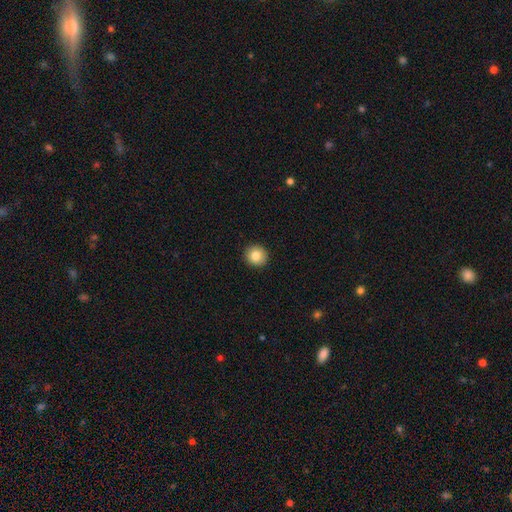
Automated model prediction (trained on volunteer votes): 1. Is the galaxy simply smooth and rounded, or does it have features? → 84% smooth, 9% star or artifact, 7% featured or disk.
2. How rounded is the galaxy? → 93% round, 6% in between, 1% cigar-shaped.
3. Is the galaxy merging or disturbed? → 93% none, 5% minor disturbance, 1% major disturbance, 1% merger.